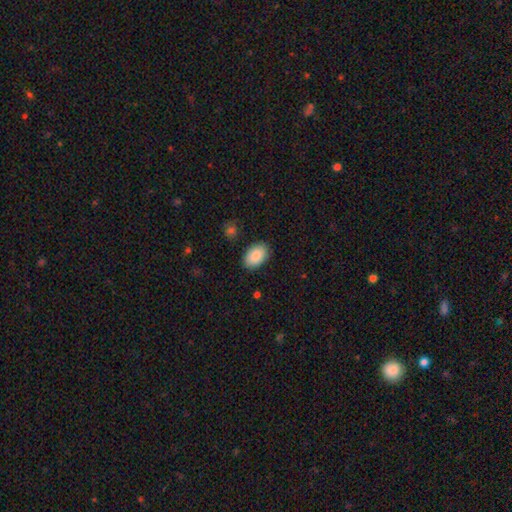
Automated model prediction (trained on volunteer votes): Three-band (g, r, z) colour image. It shows a smooth galaxy with no disk features (87%) that is in between round and cigar-shaped (90%). Merging: none (86%).